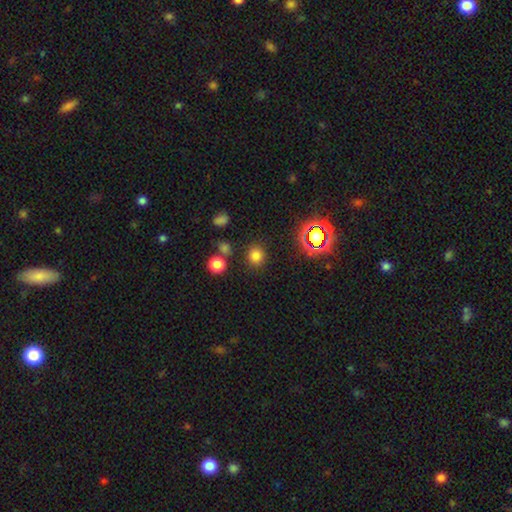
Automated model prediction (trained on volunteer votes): Overall: smooth (76%). How rounded: round (82%). Merging: none (84%).